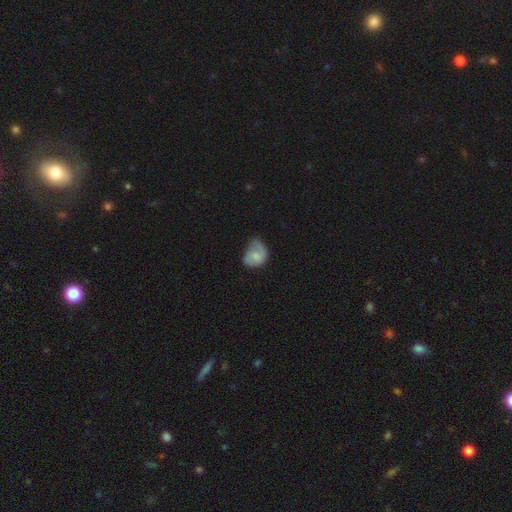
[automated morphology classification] A smooth galaxy with no disk features (62%) that is in between round and cigar-shaped (55%).

Vote fractions:
- Smooth or featured? smooth: 62% / featured or disk: 30% / star or artifact: 7%
- How rounded? in between: 55% / round: 44% / cigar-shaped: 1%
- Merging? minor disturbance: 43% / none: 33% / major disturbance: 22% / merger: 2%